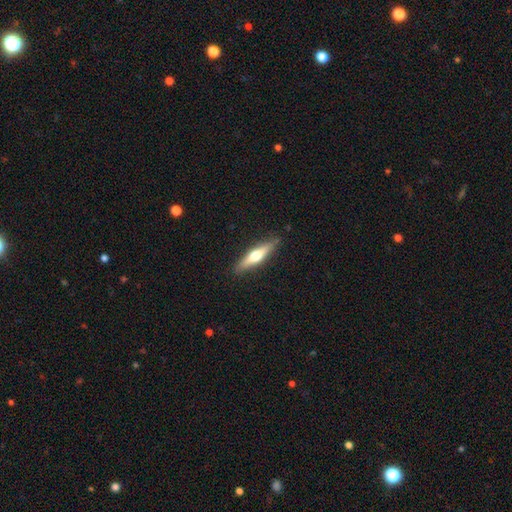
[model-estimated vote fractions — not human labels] smooth-or-featured: featured or disk: 53% | smooth: 42% | star or artifact: 5%
  disk-edge-on: yes: 95% | no: 5%
  merging: none: 88% | minor disturbance: 9% | major disturbance: 2% | merger: 1%